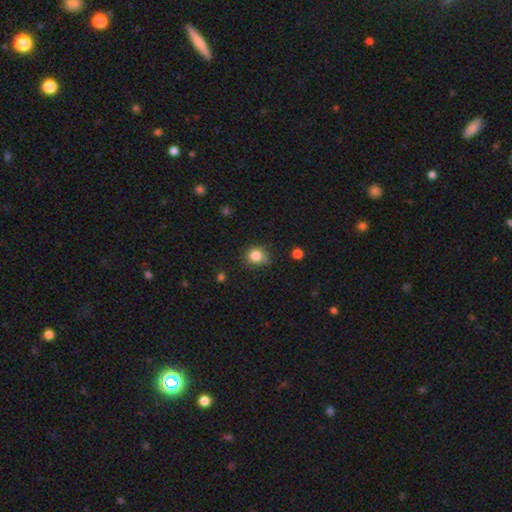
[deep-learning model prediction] This is clearly a smooth galaxy (83%). How rounded: likely round (79%). Merging: likely none (73%).